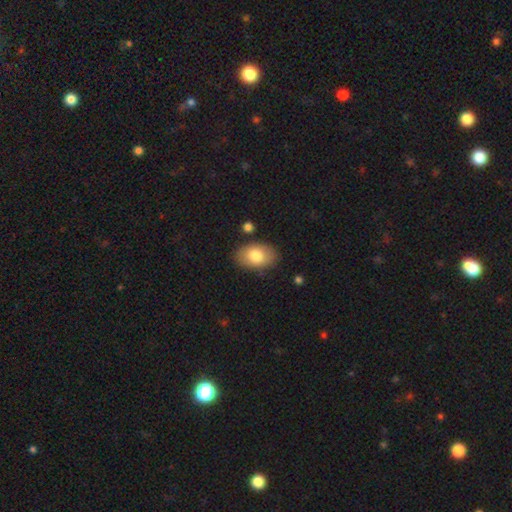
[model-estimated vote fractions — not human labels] A smooth galaxy with no disk features (80%) that is in between round and cigar-shaped (90%).

Vote fractions:
- Smooth or featured? smooth: 80% / featured or disk: 14% / star or artifact: 6%
- How rounded? in between: 90% / round: 9% / cigar-shaped: 1%
- Merging? none: 82% / minor disturbance: 12% / major disturbance: 3% / merger: 3%